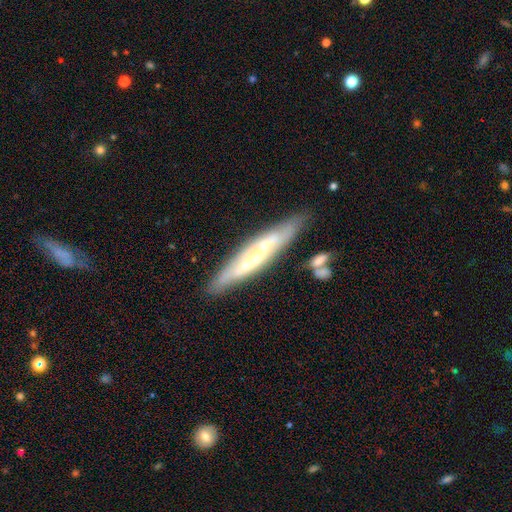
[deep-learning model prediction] A featured or disk galaxy (69%) viewed edge-on (66%).

Vote fractions:
- Smooth or featured? featured or disk: 69% / smooth: 24% / star or artifact: 6%
- Edge-on disk? yes: 66% / no: 34%
- Merging? none: 76% / minor disturbance: 14% / merger: 5% / major disturbance: 4%